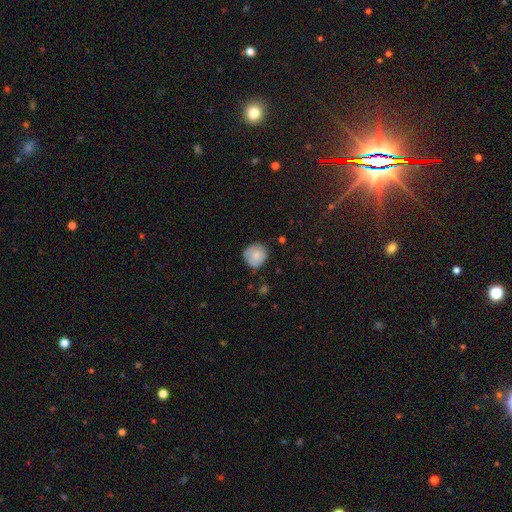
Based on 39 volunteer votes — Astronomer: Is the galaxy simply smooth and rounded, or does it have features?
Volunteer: smooth — 74%.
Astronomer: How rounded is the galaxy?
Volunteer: round — 90%.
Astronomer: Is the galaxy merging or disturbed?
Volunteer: none — 79%.